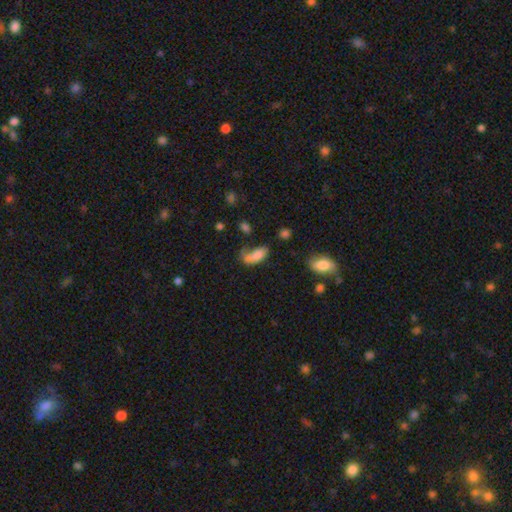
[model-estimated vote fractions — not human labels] smooth 77%, featured or disk 13%, star or artifact 10%. Down the decision tree: how rounded — in between (84%); merging — none (31%).